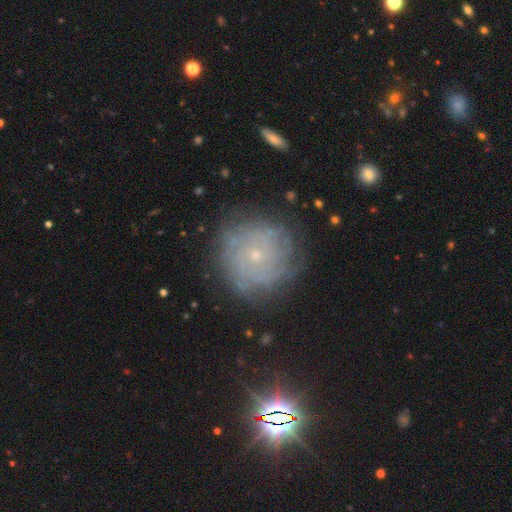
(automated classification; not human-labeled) Q: Smooth or featured?
A: featured or disk (66%); runner-up: smooth (21%)
Q: Edge-on disk?
A: no (97%); runner-up: yes (3%)
Q: Bar?
A: no (86%); runner-up: weak (12%)
Q: Spiral arms?
A: yes (87%); runner-up: no (13%)
Q: Spiral winding?
A: tight (77%); runner-up: medium (17%)
Q: Spiral arm count?
A: can't tell (49%); runner-up: 4 (13%)
Q: Bulge size?
A: small (84%); runner-up: moderate (12%)
Q: Merging?
A: none (79%); runner-up: minor disturbance (14%)